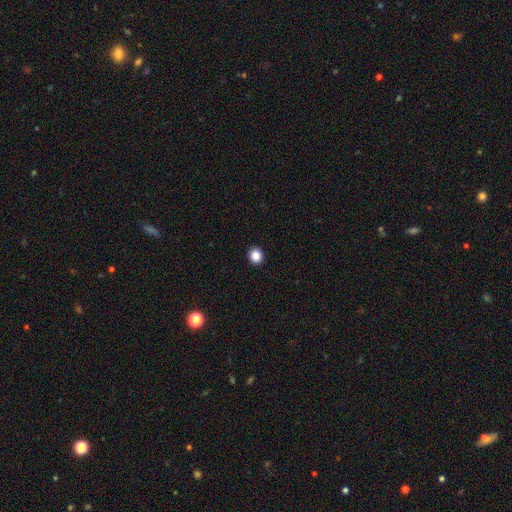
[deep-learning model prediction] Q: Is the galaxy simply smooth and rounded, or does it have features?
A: smooth — 86%.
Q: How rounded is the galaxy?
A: round — 81%.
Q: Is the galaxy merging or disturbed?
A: none — 93%.